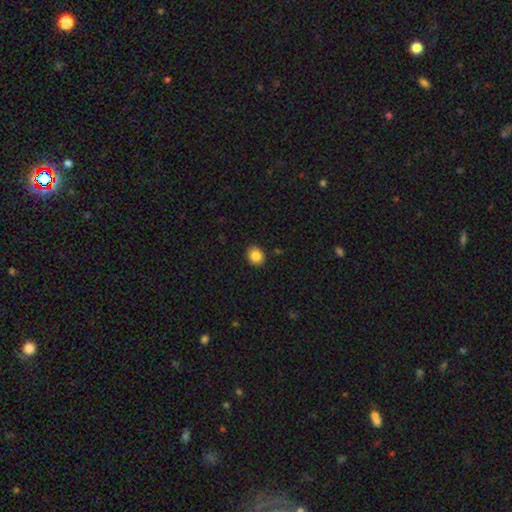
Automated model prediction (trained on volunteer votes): A smooth galaxy with no disk features (85%) that is round (63%).

Vote fractions:
- Smooth or featured? smooth: 85% / star or artifact: 9% / featured or disk: 5%
- How rounded? round: 63% / in between: 37% / cigar-shaped: 1%
- Merging? none: 90% / minor disturbance: 7% / major disturbance: 2% / merger: 1%